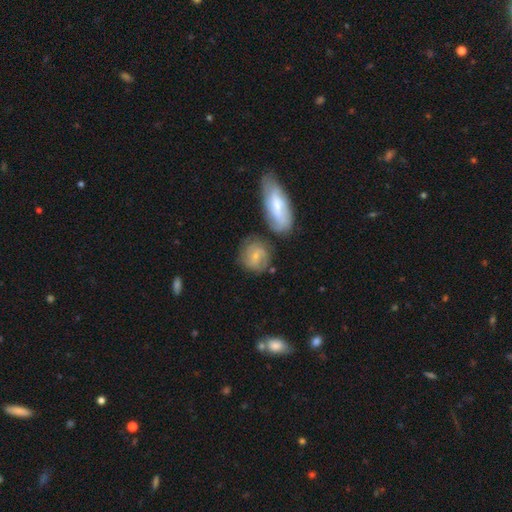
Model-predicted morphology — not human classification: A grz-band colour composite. It shows a featured or disk galaxy (50%). Merging: none (64%).